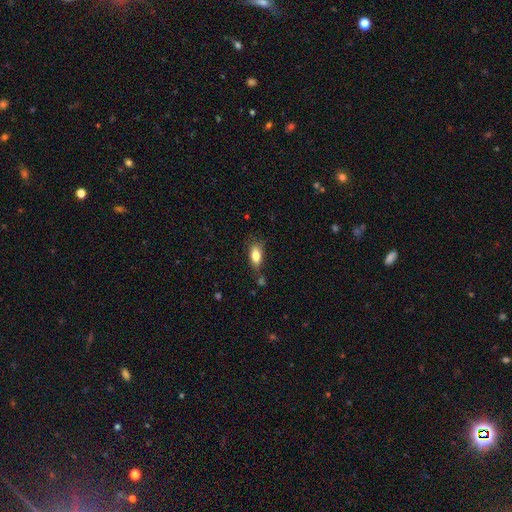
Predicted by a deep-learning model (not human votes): Smooth or featured? Predicted: smooth (p=0.82). How rounded? Predicted: in between (p=0.87). Merging? Predicted: none (p=0.71).